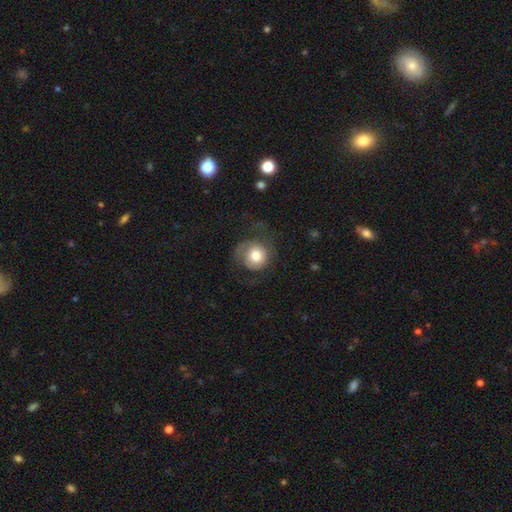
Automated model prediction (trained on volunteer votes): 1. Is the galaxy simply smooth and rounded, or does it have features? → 66% smooth, 27% featured or disk, 8% star or artifact.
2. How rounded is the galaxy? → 87% round, 12% in between, 1% cigar-shaped.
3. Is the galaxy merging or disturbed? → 54% none, 24% major disturbance, 20% minor disturbance, 2% merger.